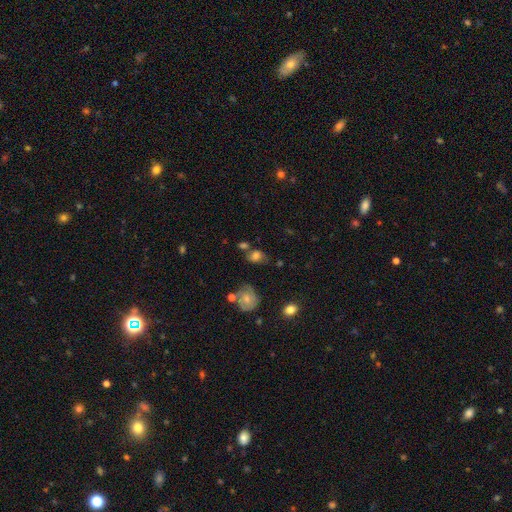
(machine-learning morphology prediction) A smooth galaxy with no disk features (62%) that is in between round and cigar-shaped (65%). Merging: none (47%).